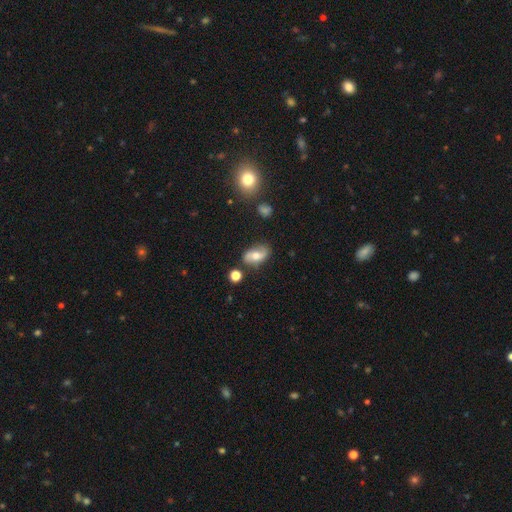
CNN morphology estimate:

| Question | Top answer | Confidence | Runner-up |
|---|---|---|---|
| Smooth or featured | featured or disk | 48% | smooth (43%) |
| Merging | none | 74% | minor disturbance (17%) |